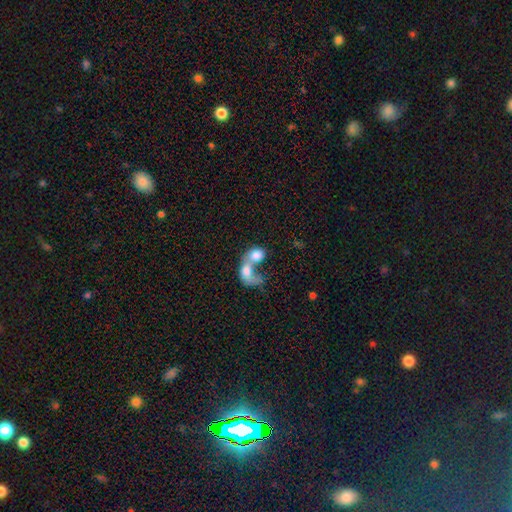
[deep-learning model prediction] Smooth or featured? Predicted: smooth (p=0.71). How rounded? Predicted: in between (p=0.58). Merging? Predicted: merger (p=0.79).